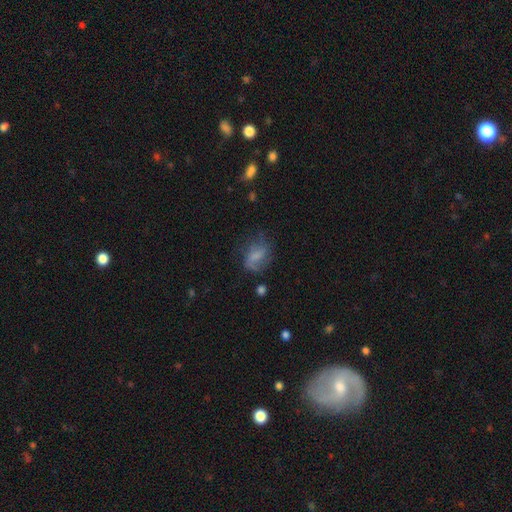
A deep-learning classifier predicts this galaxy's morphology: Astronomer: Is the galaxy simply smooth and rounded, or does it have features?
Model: smooth — 48% (runner-up: featured or disk, 41%).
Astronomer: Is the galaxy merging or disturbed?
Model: none — 49% (runner-up: minor disturbance, 27%).